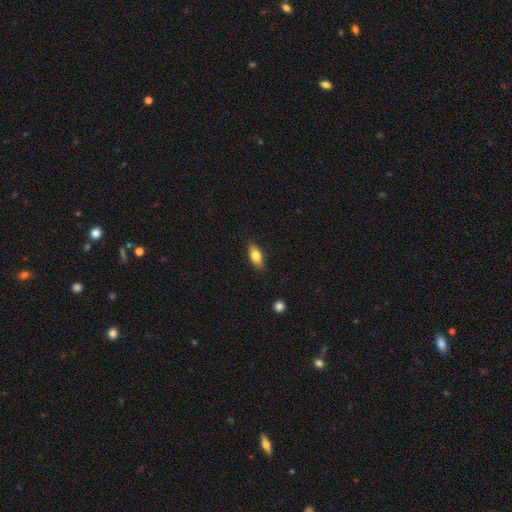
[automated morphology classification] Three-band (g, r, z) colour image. It shows a smooth galaxy with no disk features (78%) that is in between round and cigar-shaped (84%). Merging: none (87%).